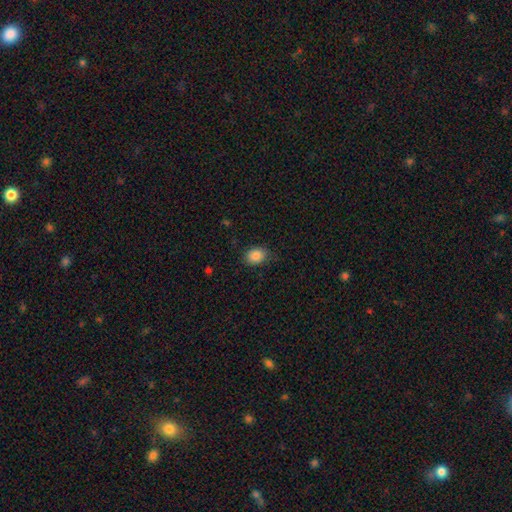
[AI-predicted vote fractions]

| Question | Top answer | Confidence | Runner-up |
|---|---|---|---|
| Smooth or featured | smooth | 86% | star or artifact (9%) |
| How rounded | in between | 60% | round (39%) |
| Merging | none | 82% | minor disturbance (14%) |